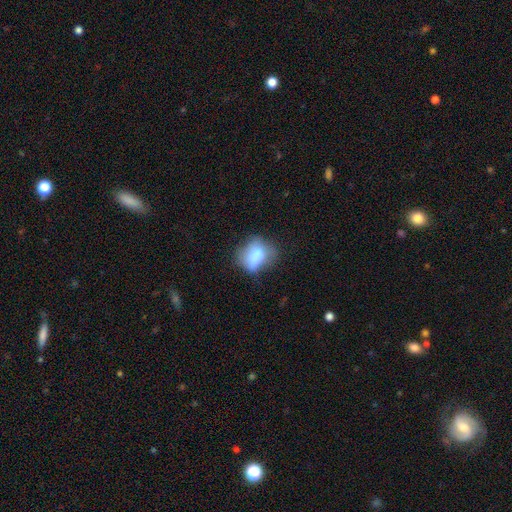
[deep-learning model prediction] Smooth or featured? smooth (70%)
How rounded? in between (65%)
Merging? none (41%)